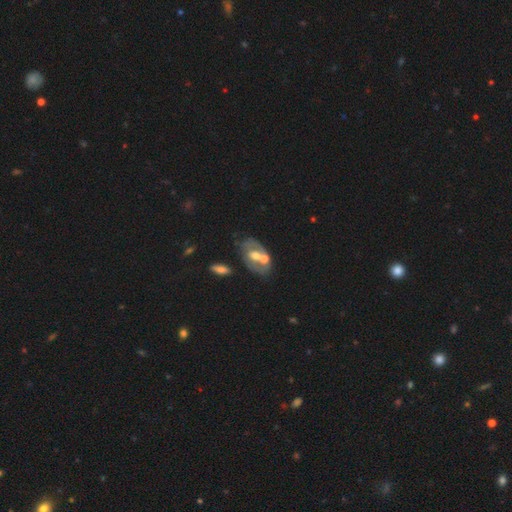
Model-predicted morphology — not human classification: Q: Smooth or featured?
A: featured or disk (60%); runner-up: smooth (33%)
Q: Edge-on disk?
A: no (93%); runner-up: yes (7%)
Q: Bar?
A: no (72%); runner-up: weak (21%)
Q: Spiral arms?
A: no (66%); runner-up: yes (34%)
Q: Bulge size?
A: moderate (66%); runner-up: small (15%)
Q: Merging?
A: merger (40%); runner-up: none (37%)